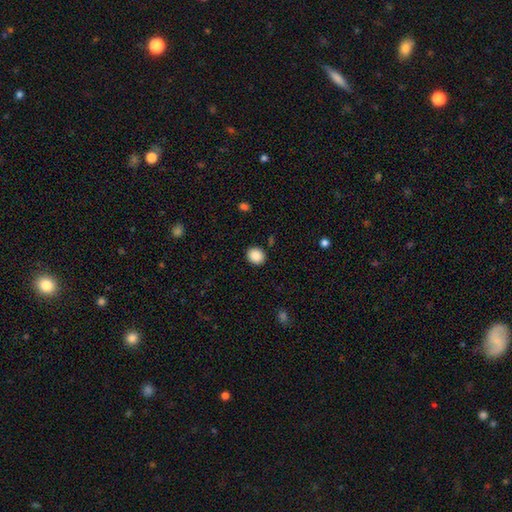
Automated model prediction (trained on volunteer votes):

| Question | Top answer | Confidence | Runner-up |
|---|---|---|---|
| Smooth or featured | smooth | 89% | star or artifact (8%) |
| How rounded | round | 71% | in between (28%) |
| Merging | none | 89% | minor disturbance (7%) |